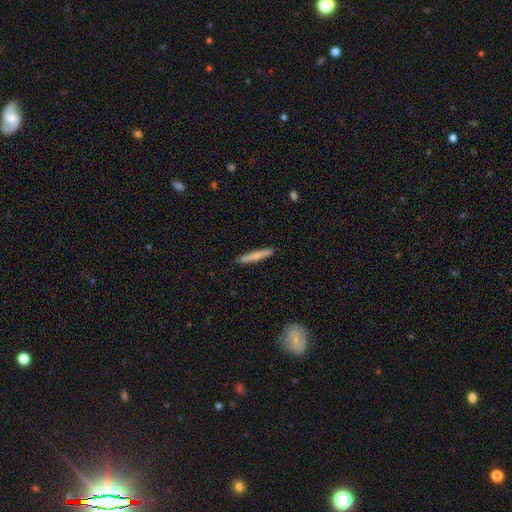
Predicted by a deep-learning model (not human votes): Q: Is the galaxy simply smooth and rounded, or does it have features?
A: smooth — 70%.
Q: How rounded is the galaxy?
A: cigar-shaped — 95%.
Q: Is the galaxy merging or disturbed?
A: none — 90%.